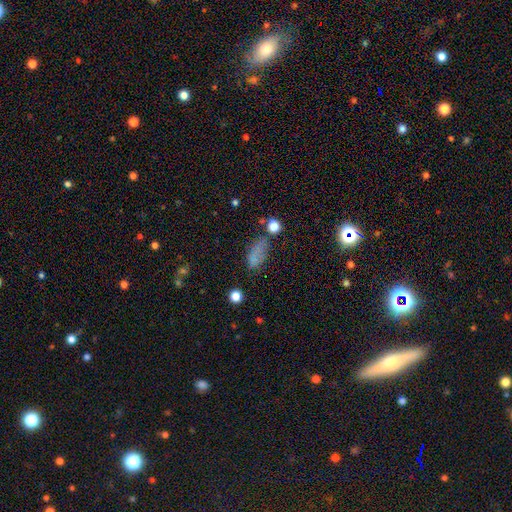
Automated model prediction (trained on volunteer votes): Smooth or featured? smooth (69%)
How rounded? in between (81%)
Merging? none (48%)